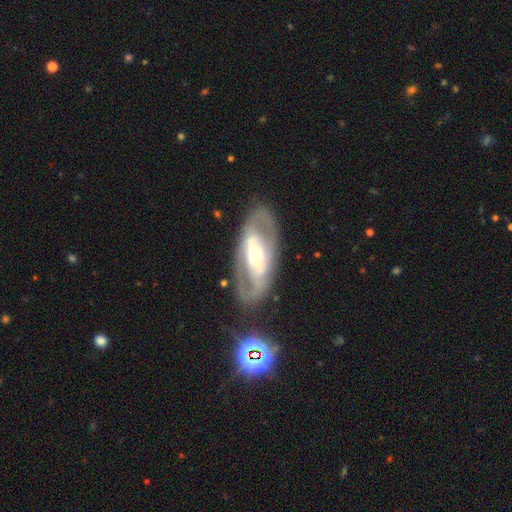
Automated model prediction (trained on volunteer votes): Q: Smooth or featured?
A: featured or disk (77%); runner-up: smooth (17%)
Q: Edge-on disk?
A: no (90%); runner-up: yes (10%)
Q: Bar?
A: strong (37%); runner-up: no (34%)
Q: Spiral arms?
A: yes (58%); runner-up: no (42%)
Q: Bulge size?
A: moderate (62%); runner-up: small (26%)
Q: Merging?
A: none (78%); runner-up: minor disturbance (13%)